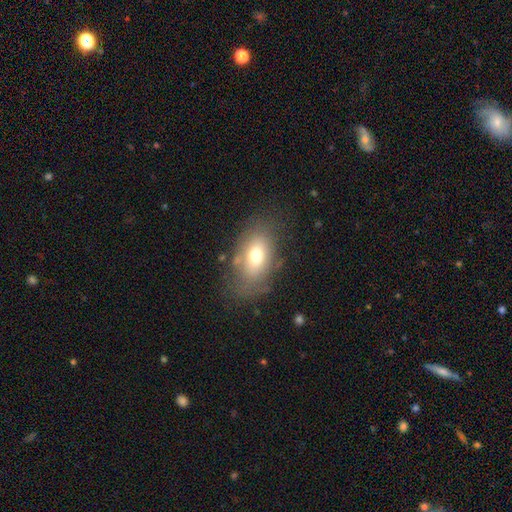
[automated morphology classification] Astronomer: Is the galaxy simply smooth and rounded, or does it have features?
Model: smooth — 68%.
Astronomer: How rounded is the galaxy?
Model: in between — 85%.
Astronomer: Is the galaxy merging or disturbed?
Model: none — 68%.